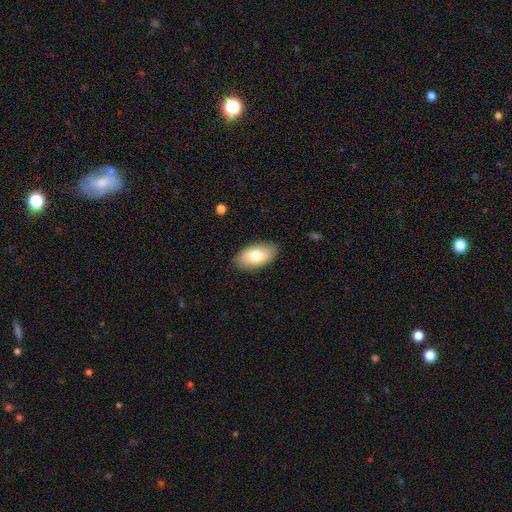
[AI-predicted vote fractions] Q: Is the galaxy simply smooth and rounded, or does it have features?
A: smooth — 75%.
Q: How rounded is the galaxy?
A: in between — 94%.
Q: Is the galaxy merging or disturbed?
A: none — 87%.